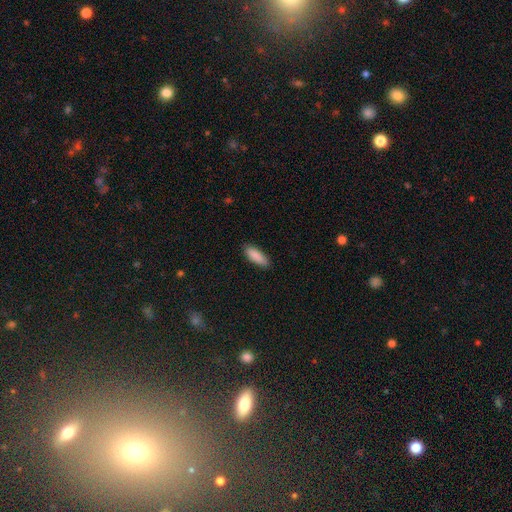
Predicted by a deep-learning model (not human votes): This is clearly a smooth galaxy (89%). How rounded: likely in between (64%). Merging: clearly none (84%).